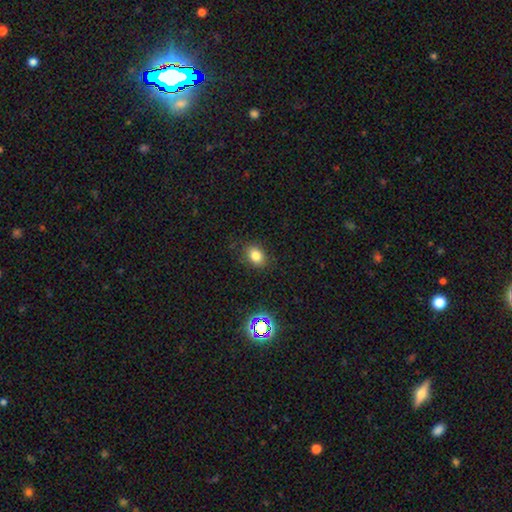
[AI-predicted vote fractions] Smooth or featured?
  - smooth: 79% *
  - star or artifact: 13%
  - featured or disk: 7%
How rounded?
  - in between: 66% *
  - round: 33%
  - cigar-shaped: 1%
Merging?
  - none: 83% *
  - minor disturbance: 12%
  - major disturbance: 4%
  - merger: 1%